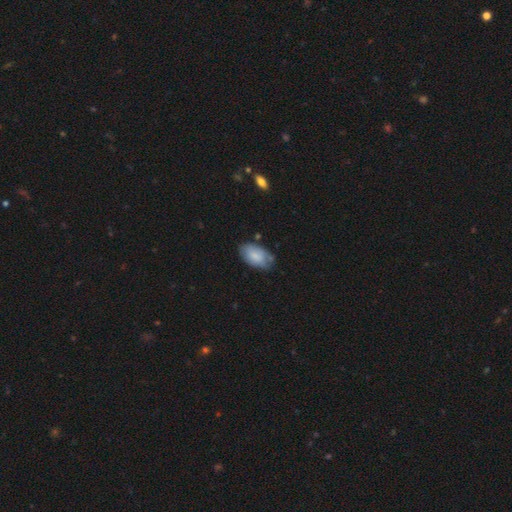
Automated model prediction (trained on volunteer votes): Smooth or featured: smooth — 77% (featured or disk — 16%)
How rounded: in between — 93% (round — 5%)
Merging: none — 67% (minor disturbance — 24%)